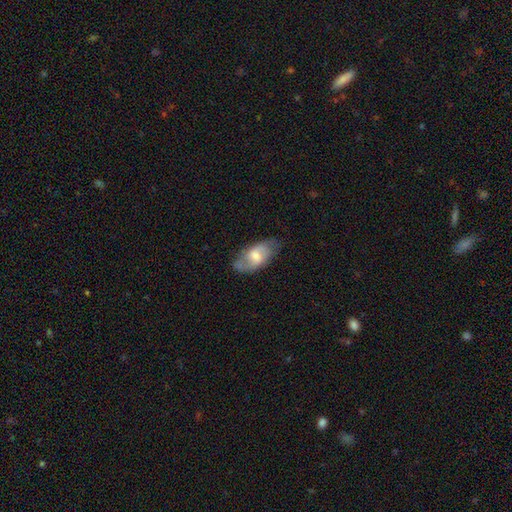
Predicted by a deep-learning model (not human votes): This appears to be a smooth galaxy with no disk features (48%). Merging: none (68%).